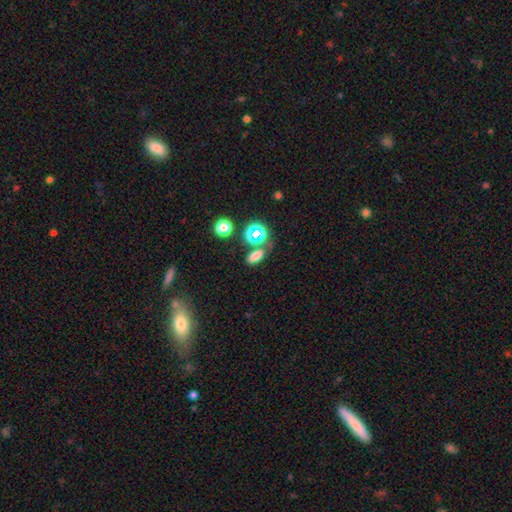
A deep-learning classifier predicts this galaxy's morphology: smooth 69%, star or artifact 23%, featured or disk 8%. Down the decision tree: how rounded — in between (77%); merging — none (71%).